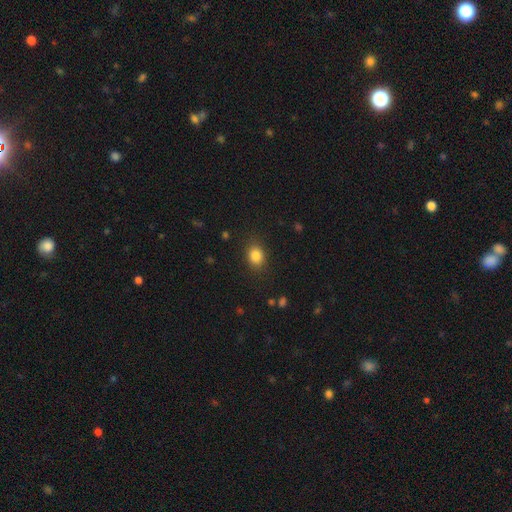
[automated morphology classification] A smooth galaxy with no disk features (84%) that is round (50%). Merging: none (85%).